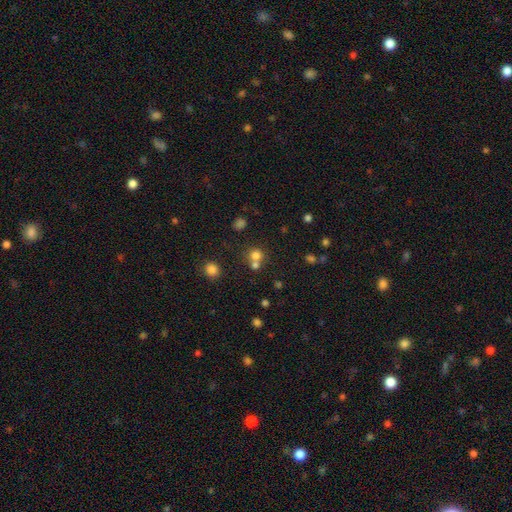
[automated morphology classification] Smooth or featured? smooth (74%)
How rounded? round (87%)
Merging? none (50%)